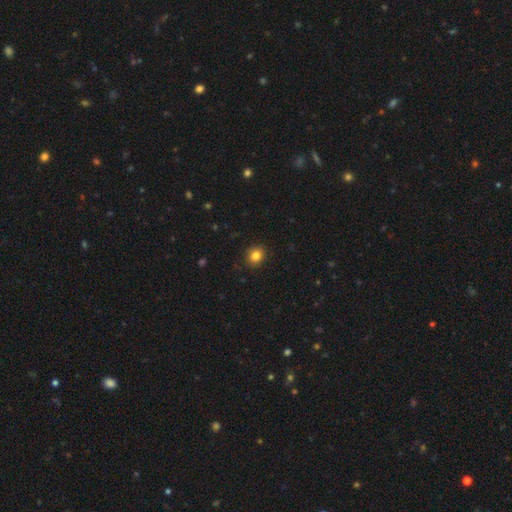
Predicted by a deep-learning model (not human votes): Smooth or featured?
  - smooth: 84% *
  - star or artifact: 11%
  - featured or disk: 5%
How rounded?
  - round: 74% *
  - in between: 25%
  - cigar-shaped: 1%
Merging?
  - none: 90% *
  - minor disturbance: 7%
  - major disturbance: 2%
  - merger: 1%